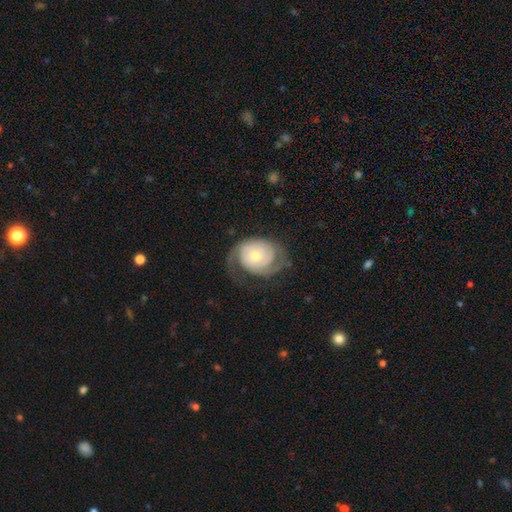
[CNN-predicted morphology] Q: Smooth or featured?
A: featured or disk (78%); runner-up: smooth (17%)
Q: Edge-on disk?
A: no (97%); runner-up: yes (3%)
Q: Bar?
A: no (74%); runner-up: weak (21%)
Q: Spiral arms?
A: yes (93%); runner-up: no (7%)
Q: Spiral winding?
A: tight (54%); runner-up: medium (31%)
Q: Spiral arm count?
A: 2 (56%); runner-up: can't tell (19%)
Q: Bulge size?
A: moderate (51%); runner-up: small (43%)
Q: Merging?
A: none (58%); runner-up: minor disturbance (21%)